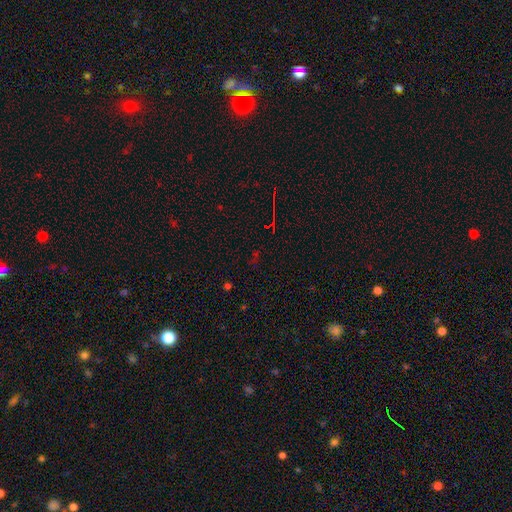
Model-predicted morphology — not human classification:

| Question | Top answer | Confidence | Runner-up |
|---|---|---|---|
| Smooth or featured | star or artifact | 70% | smooth (20%) |